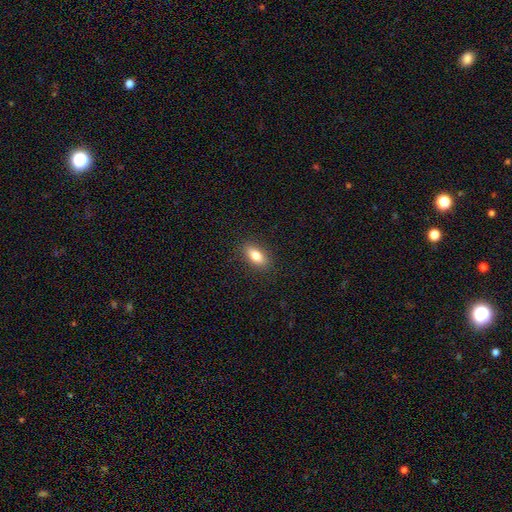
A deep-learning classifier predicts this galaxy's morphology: A smooth galaxy with no disk features (79%) that is in between round and cigar-shaped (82%). Merging: none (88%).